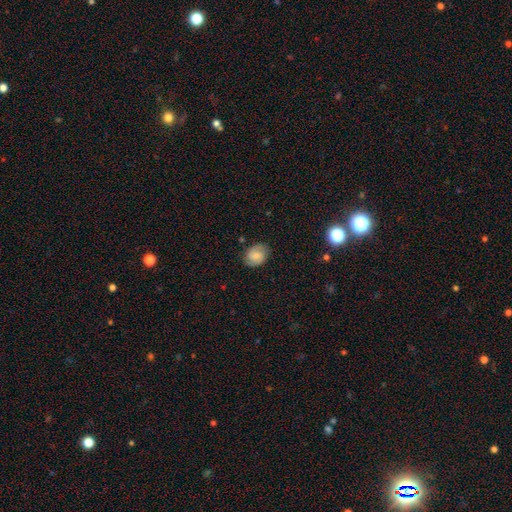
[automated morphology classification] Smooth or featured? smooth (58%)
How rounded? in between (54%)
Merging? none (80%)